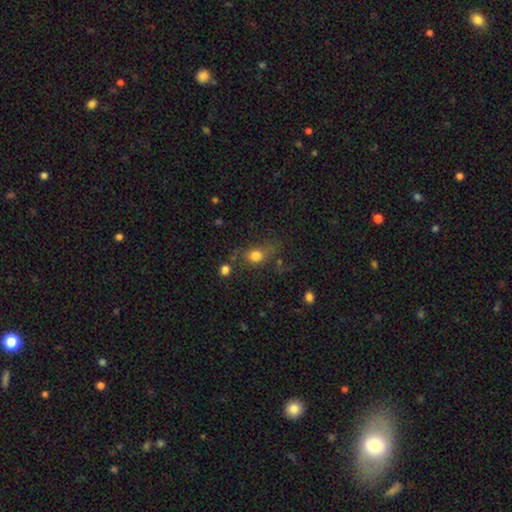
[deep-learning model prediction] A smooth galaxy with no disk features (76%) that is round (56%).

Vote fractions:
- Smooth or featured? smooth: 76% / star or artifact: 13% / featured or disk: 11%
- How rounded? round: 56% / in between: 41% / cigar-shaped: 4%
- Merging? none: 51% / minor disturbance: 23% / major disturbance: 15% / merger: 10%